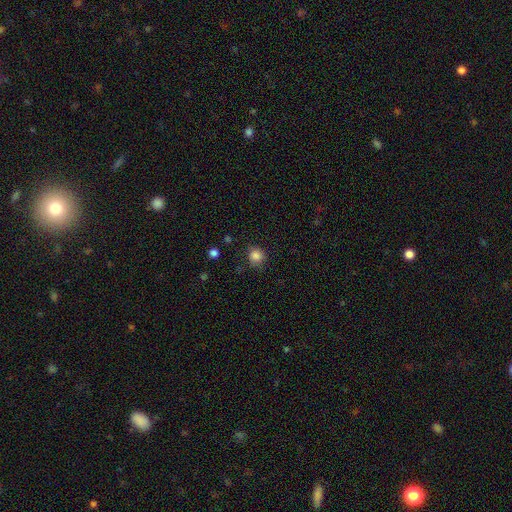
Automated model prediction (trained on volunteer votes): Smooth or featured? smooth (85%)
How rounded? round (86%)
Merging? none (77%)